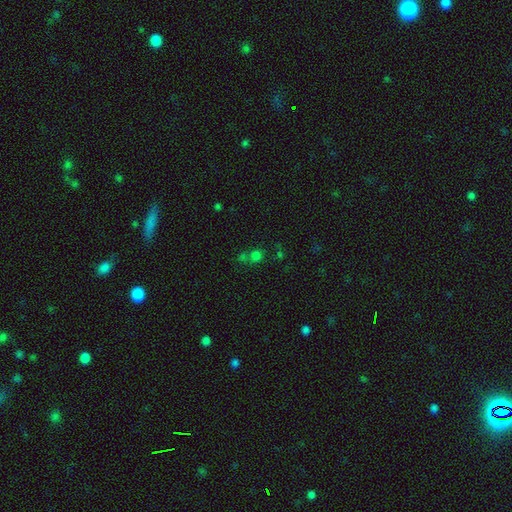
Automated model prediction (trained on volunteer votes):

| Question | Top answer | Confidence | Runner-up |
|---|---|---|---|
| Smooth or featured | smooth | 62% | star or artifact (30%) |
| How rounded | round | 82% | in between (17%) |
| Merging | none | 53% | merger (33%) |